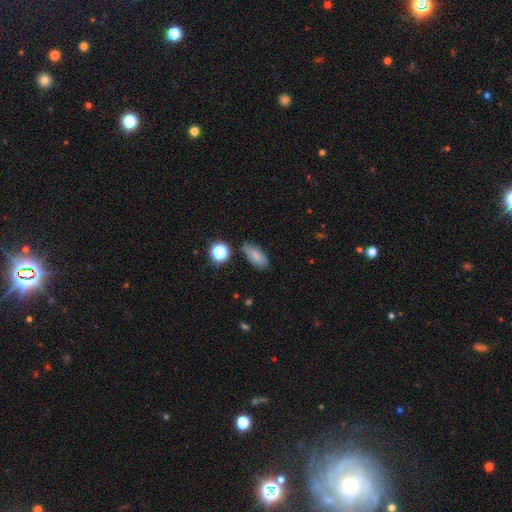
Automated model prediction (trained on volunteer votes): This is likely a smooth galaxy (73%). How rounded: clearly in between (85%). Merging: likely none (73%).